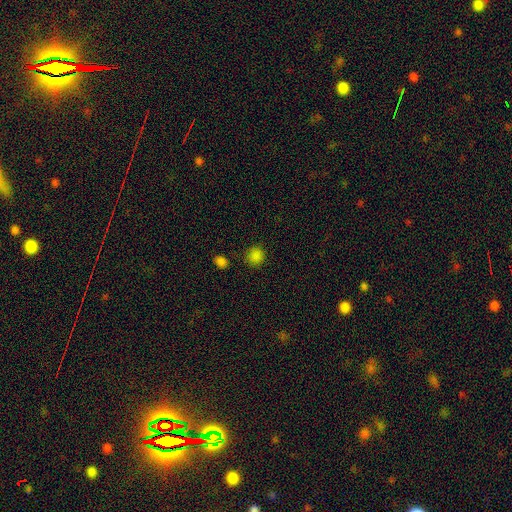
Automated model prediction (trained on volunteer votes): Morphology: type=smooth (83%); roundness=round (89%); merging=none (85%).